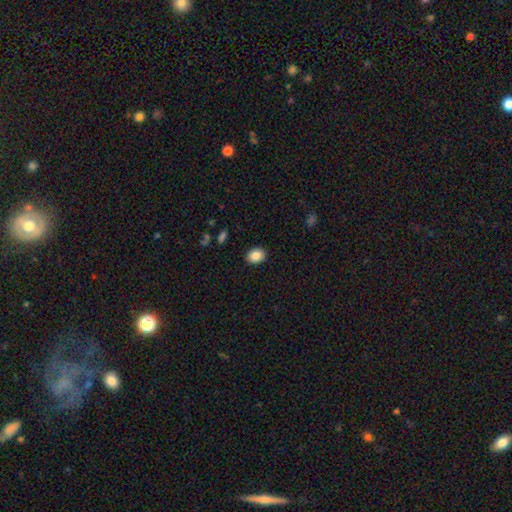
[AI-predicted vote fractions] A smooth galaxy with no disk features (86%) that is in between round and cigar-shaped (61%). Merging: none (90%).